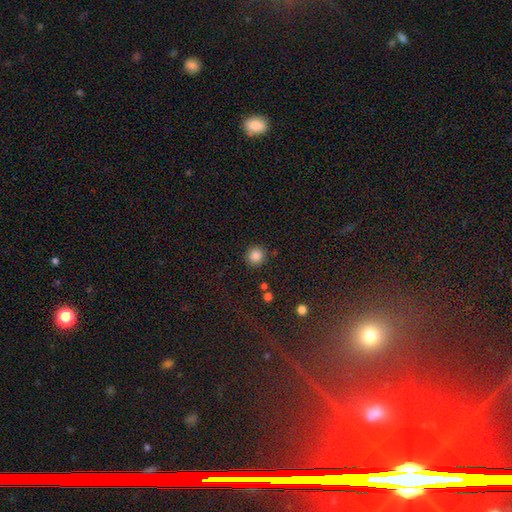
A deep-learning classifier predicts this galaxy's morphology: type=smooth (86%); roundness=round (94%); merging=none (90%).